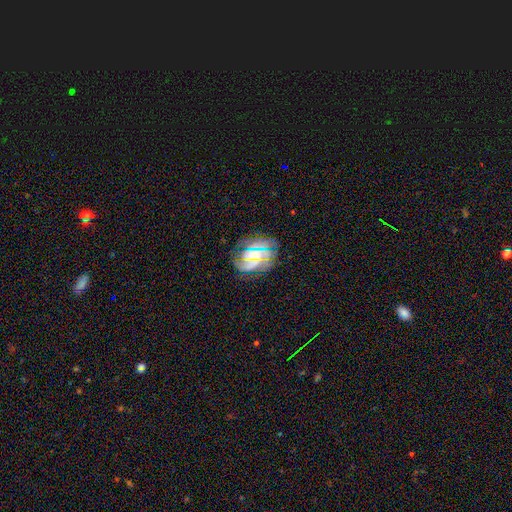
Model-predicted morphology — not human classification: Q: Smooth or featured?
A: smooth (48%); runner-up: featured or disk (29%)
Q: Merging?
A: none (77%); runner-up: minor disturbance (16%)